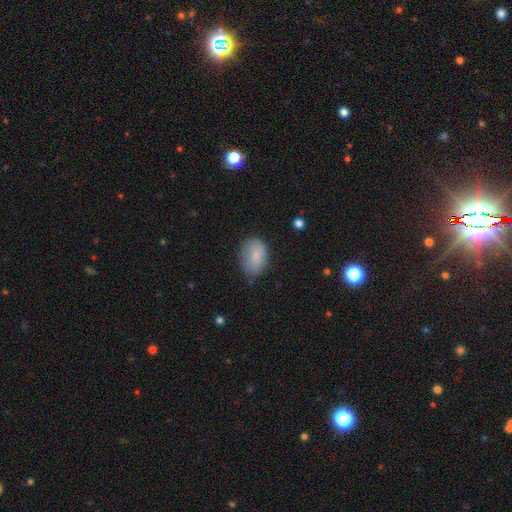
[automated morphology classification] smooth_or_featured: smooth (p=0.82) [alt: featured or disk p=0.10]
how_rounded: in between (p=0.80) [alt: round p=0.18]
merging: none (p=0.63) [alt: minor disturbance p=0.28]